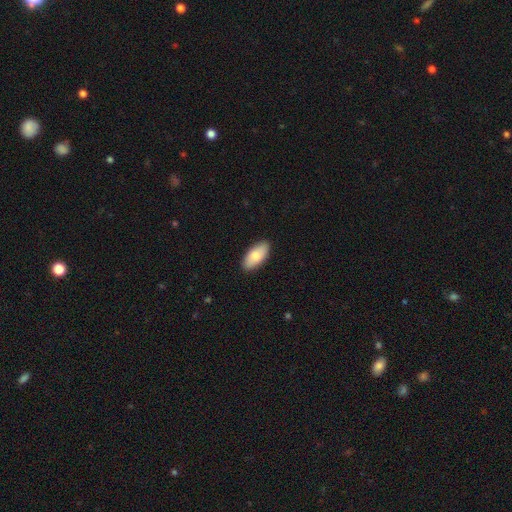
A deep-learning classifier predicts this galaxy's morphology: Smooth or featured: smooth — 83% (featured or disk — 12%)
How rounded: in between — 91% (cigar-shaped — 7%)
Merging: none — 89% (minor disturbance — 8%)